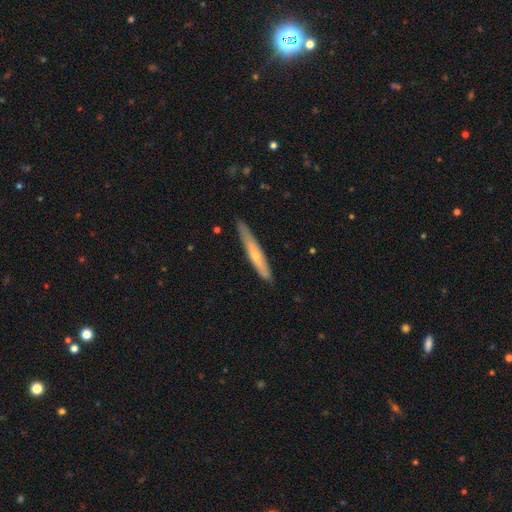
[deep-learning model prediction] Smooth or featured? Predicted: smooth (p=0.49). Merging? Predicted: none (p=0.81).